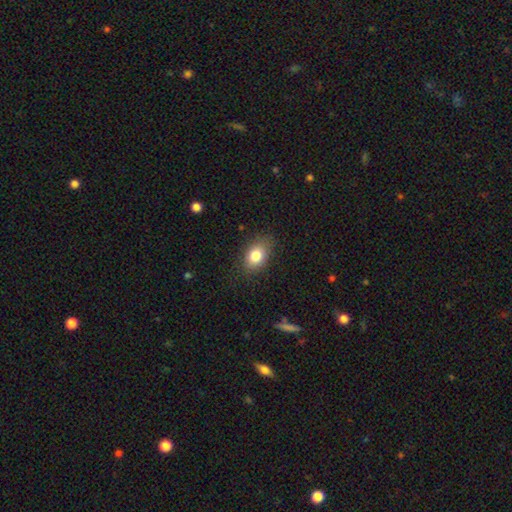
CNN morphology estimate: This appears to be a smooth galaxy with no disk features (82%) that is in between round and cigar-shaped (77%). Merging: none (79%).